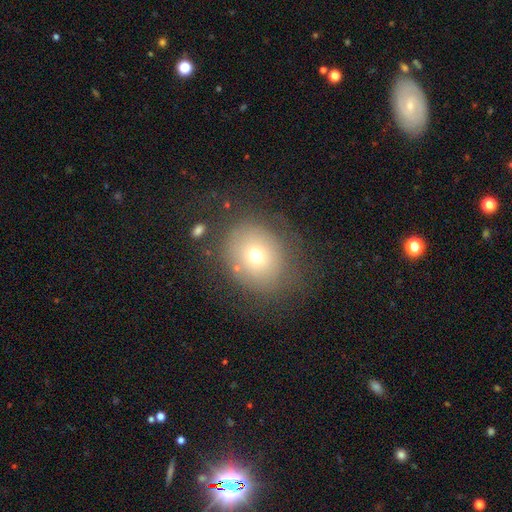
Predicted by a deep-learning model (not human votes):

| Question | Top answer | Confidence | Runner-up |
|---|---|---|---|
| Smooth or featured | smooth | 66% | featured or disk (20%) |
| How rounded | round | 72% | in between (27%) |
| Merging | none | 69% | minor disturbance (17%) |